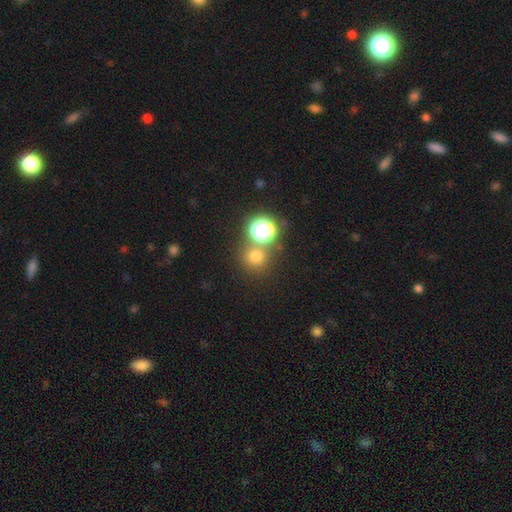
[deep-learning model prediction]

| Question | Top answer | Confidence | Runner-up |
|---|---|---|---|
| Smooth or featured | smooth | 69% | star or artifact (24%) |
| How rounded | round | 91% | in between (8%) |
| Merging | none | 72% | merger (17%) |